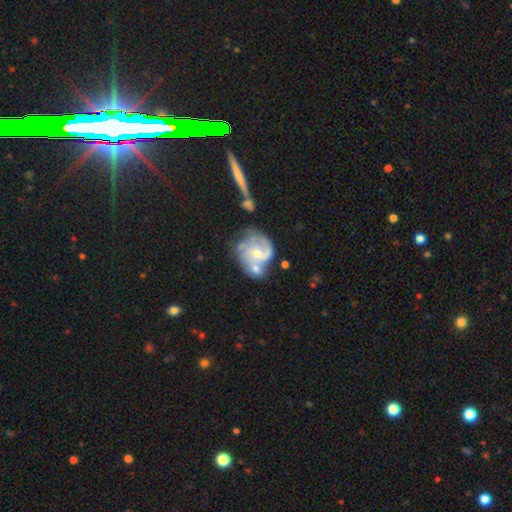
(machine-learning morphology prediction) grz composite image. It shows a featured or disk galaxy (76%) with no bar (63%), 2 (49%) medium (44%) spiral arms (87%) and a small central bulge (48%, tied with moderate). Merging: none (37%).